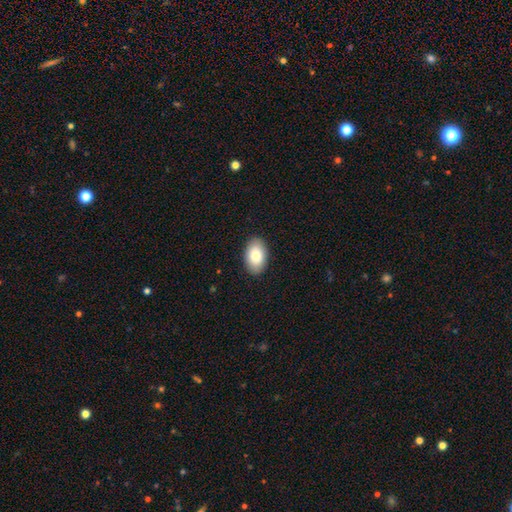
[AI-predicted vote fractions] This is clearly a smooth galaxy (84%). How rounded: clearly in between (93%). Merging: clearly none (89%).